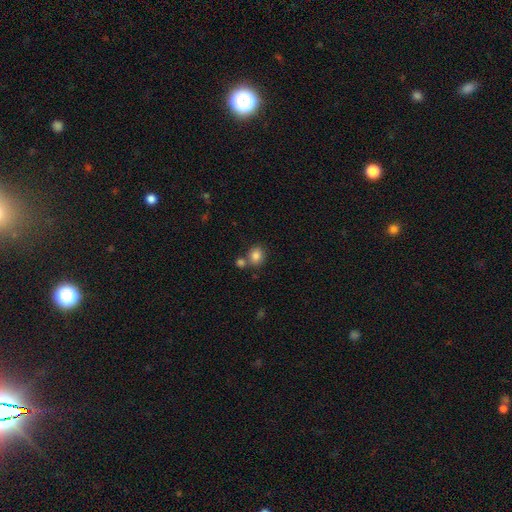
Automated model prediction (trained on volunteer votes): This appears to be a smooth galaxy with no disk features (83%) that is round (67%). Merging: none (64%).